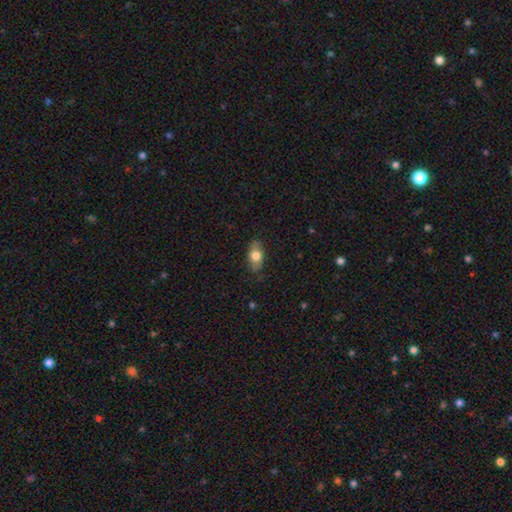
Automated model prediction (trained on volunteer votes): smooth_or_featured: smooth (p=0.70) [alt: featured or disk p=0.23]
how_rounded: in between (p=0.85) [alt: round p=0.09]
merging: none (p=0.79) [alt: minor disturbance p=0.16]